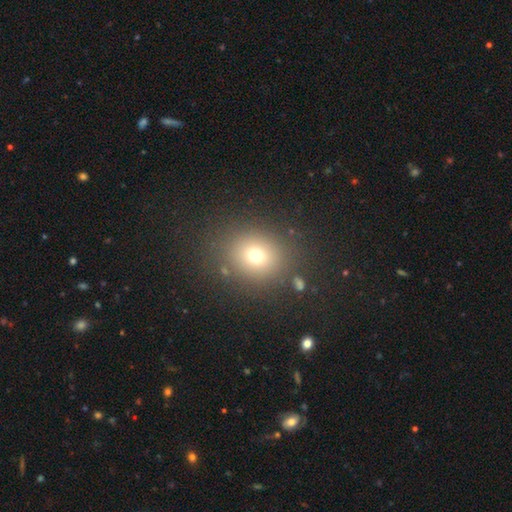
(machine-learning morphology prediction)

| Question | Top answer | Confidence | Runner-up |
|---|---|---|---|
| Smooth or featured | smooth | 71% | star or artifact (18%) |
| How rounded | round | 76% | in between (24%) |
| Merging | none | 84% | minor disturbance (8%) |